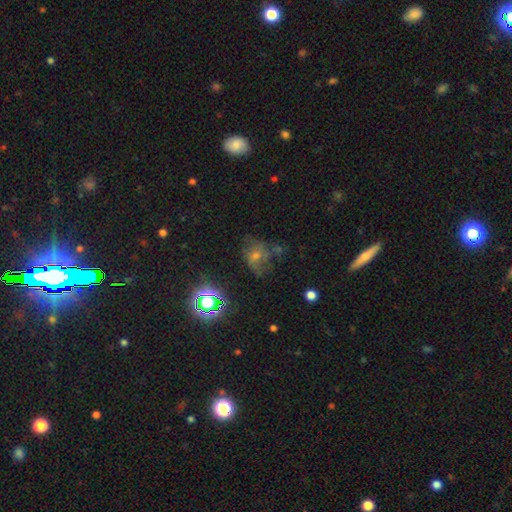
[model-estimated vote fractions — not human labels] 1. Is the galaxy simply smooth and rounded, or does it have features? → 40% star or artifact, 31% smooth, 29% featured or disk.